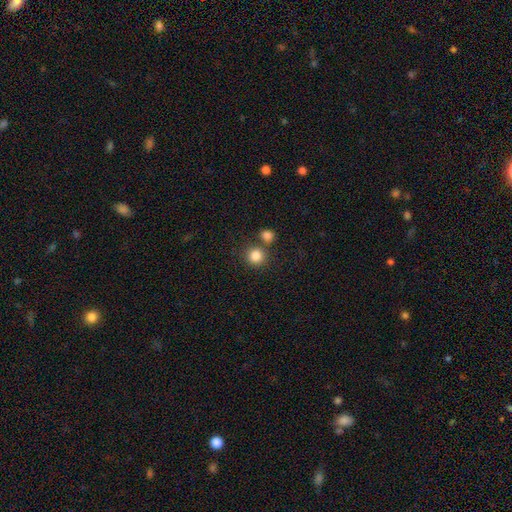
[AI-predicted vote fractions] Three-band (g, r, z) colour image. It shows a smooth galaxy with no disk features (84%) that is round (91%). Merging: none (69%).